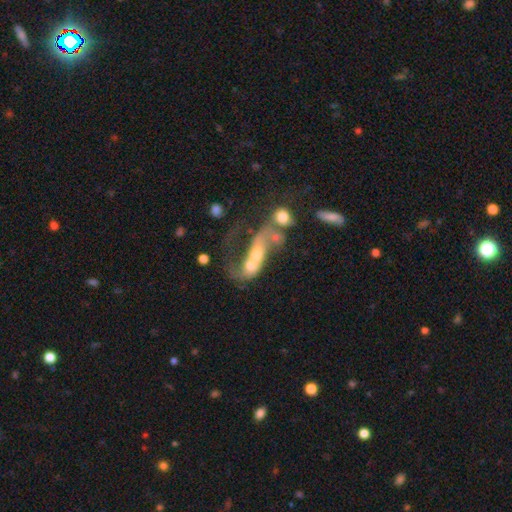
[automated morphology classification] Q: Smooth or featured?
A: featured or disk (57%); runner-up: smooth (31%)
Q: Edge-on disk?
A: no (88%); runner-up: yes (12%)
Q: Bar?
A: no (68%); runner-up: weak (22%)
Q: Spiral arms?
A: no (52%); runner-up: yes (48%)
Q: Bulge size?
A: moderate (45%); runner-up: small (26%)
Q: Merging?
A: merger (62%); runner-up: major disturbance (21%)